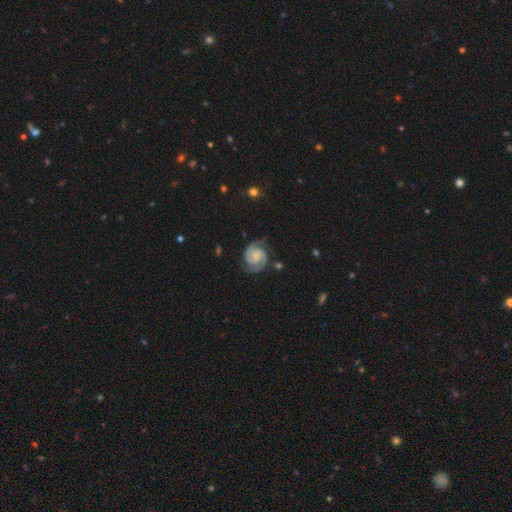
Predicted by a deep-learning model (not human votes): Smooth or featured: featured or disk — 89% (smooth — 7%)
Edge-on disk: no — 98% (yes — 2%)
Bar: no — 60% (weak — 31%)
Spiral arms: yes — 98% (no — 2%)
Spiral winding: tight — 56% (medium — 38%)
Spiral arm count: 2 — 91% (3 — 3%)
Bulge size: none — 41% (small — 27%)
Merging: none — 74% (minor disturbance — 17%)